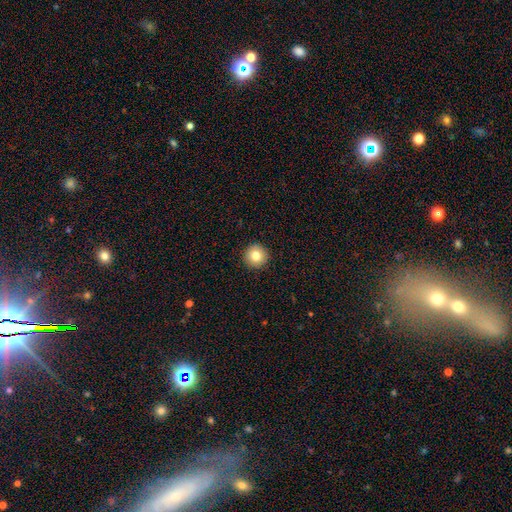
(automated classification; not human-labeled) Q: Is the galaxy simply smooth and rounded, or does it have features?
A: smooth — 82%.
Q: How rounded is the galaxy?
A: round — 96%.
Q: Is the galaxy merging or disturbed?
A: none — 93%.